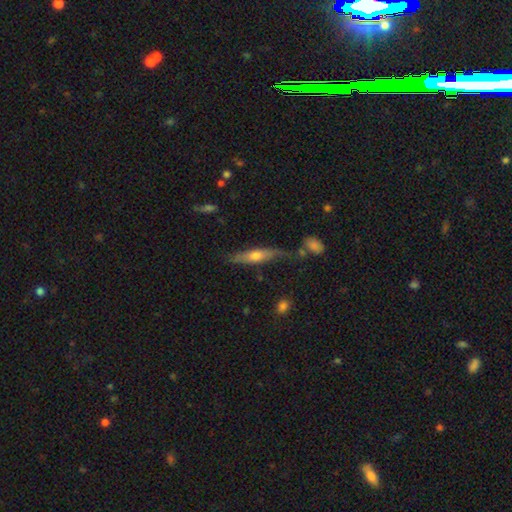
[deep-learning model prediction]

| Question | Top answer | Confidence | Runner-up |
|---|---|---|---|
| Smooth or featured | featured or disk | 48% | smooth (45%) |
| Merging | none | 65% | minor disturbance (22%) |